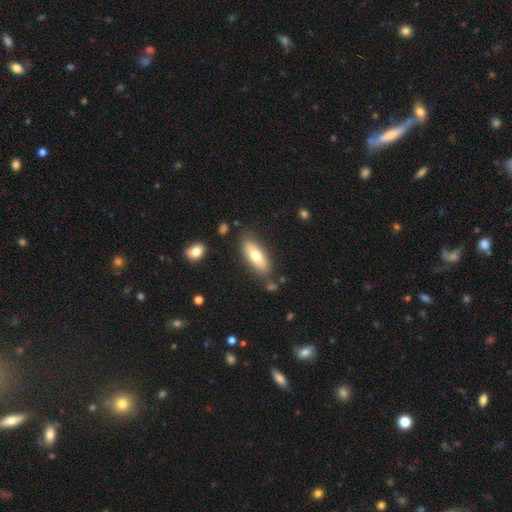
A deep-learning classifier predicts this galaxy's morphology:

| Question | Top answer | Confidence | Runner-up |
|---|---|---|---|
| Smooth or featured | smooth | 70% | featured or disk (24%) |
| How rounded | in between | 67% | cigar-shaped (30%) |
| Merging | none | 79% | minor disturbance (14%) |